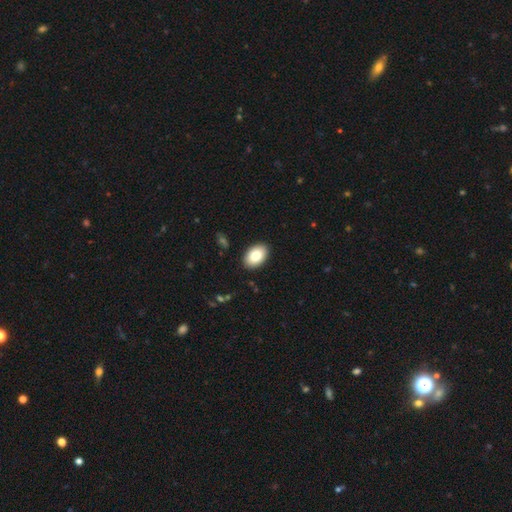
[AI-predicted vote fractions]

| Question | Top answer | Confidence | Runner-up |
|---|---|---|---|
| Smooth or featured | smooth | 82% | featured or disk (11%) |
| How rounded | in between | 91% | round (8%) |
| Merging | none | 90% | minor disturbance (8%) |